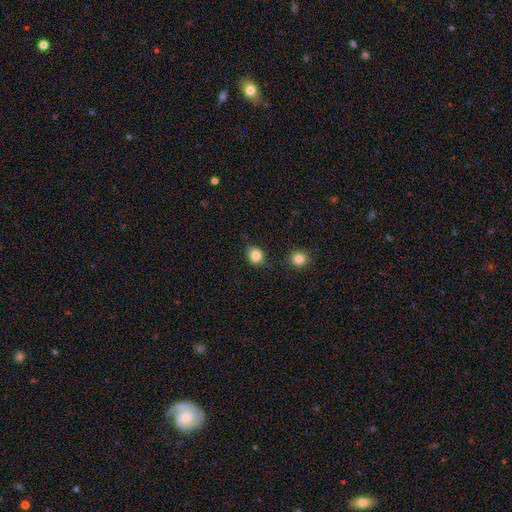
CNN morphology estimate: A smooth galaxy with no disk features (82%) that is round (63%).

Vote fractions:
- Smooth or featured? smooth: 82% / star or artifact: 10% / featured or disk: 8%
- How rounded? round: 63% / in between: 36% / cigar-shaped: 1%
- Merging? none: 72% / minor disturbance: 20% / major disturbance: 5% / merger: 4%